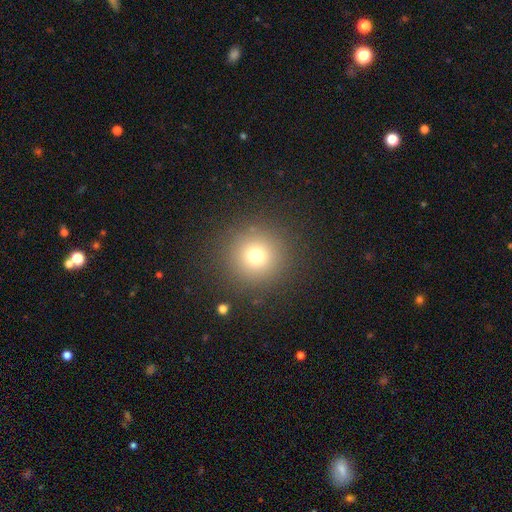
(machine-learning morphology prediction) This is likely a smooth galaxy (73%). How rounded: clearly round (96%). Merging: clearly none (89%).